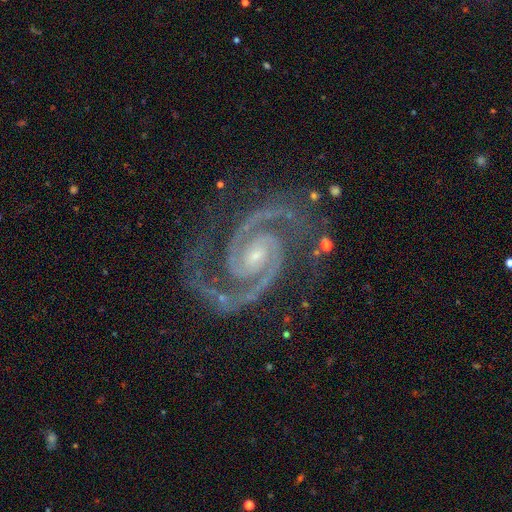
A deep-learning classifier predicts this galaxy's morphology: Q: Smooth or featured?
A: featured or disk (94%); runner-up: star or artifact (4%)
Q: Edge-on disk?
A: no (98%); runner-up: yes (2%)
Q: Bar?
A: no (50%); runner-up: weak (32%)
Q: Spiral arms?
A: yes (99%); runner-up: no (1%)
Q: Spiral winding?
A: tight (49%); runner-up: medium (46%)
Q: Spiral arm count?
A: 2 (93%); runner-up: 3 (2%)
Q: Bulge size?
A: small (74%); runner-up: moderate (21%)
Q: Merging?
A: none (77%); runner-up: minor disturbance (15%)